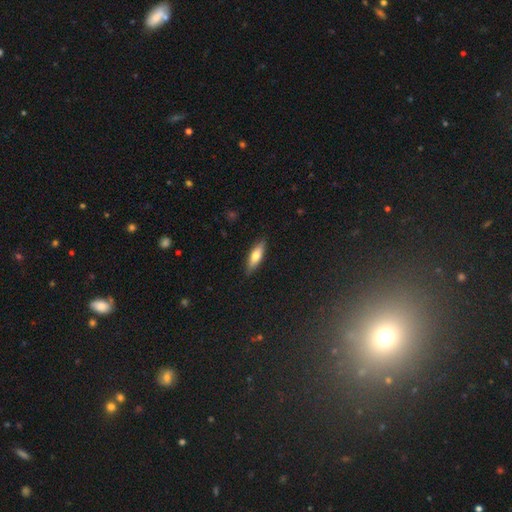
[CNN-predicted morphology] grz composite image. It shows a smooth galaxy with no disk features (66%) that is cigar-shaped (51%). Merging: none (88%).